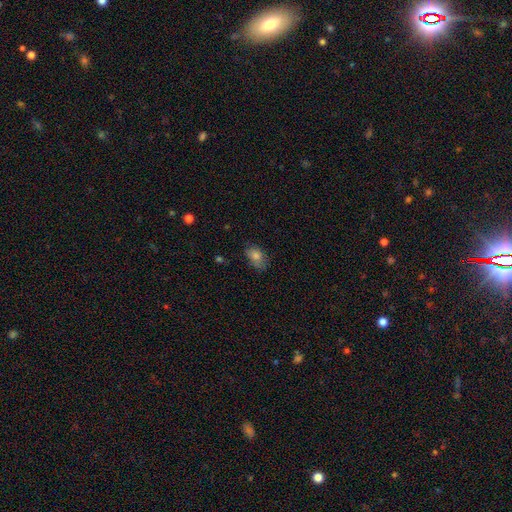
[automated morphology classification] Smooth or featured? smooth (76%)
How rounded? in between (79%)
Merging? none (63%)